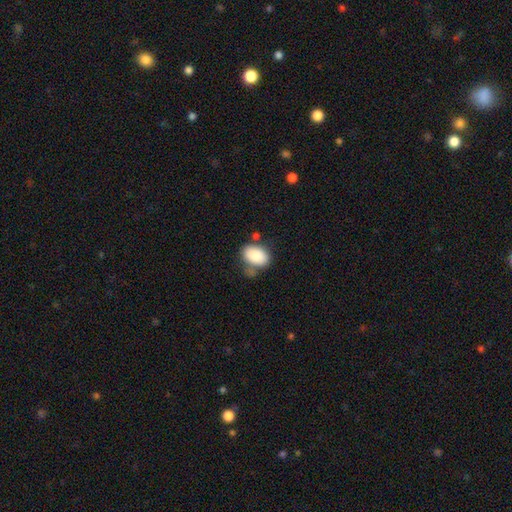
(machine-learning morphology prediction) A smooth galaxy with no disk features (87%) that is in between round and cigar-shaped (86%). Merging: none (59%).